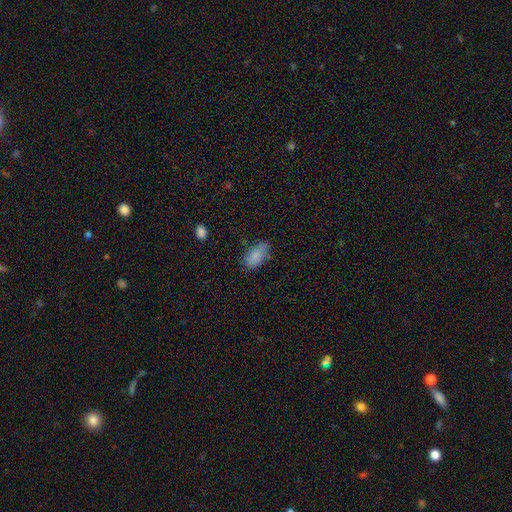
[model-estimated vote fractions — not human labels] Q: Smooth or featured?
A: smooth (85%); runner-up: star or artifact (7%)
Q: How rounded?
A: in between (93%); runner-up: round (4%)
Q: Merging?
A: none (70%); runner-up: minor disturbance (22%)